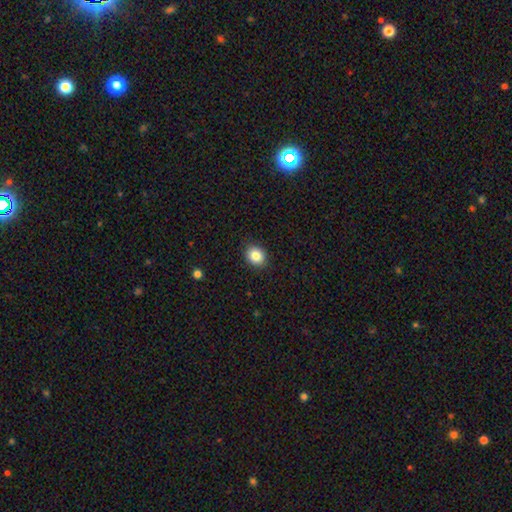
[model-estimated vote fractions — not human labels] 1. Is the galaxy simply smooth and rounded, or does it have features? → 85% smooth, 10% star or artifact, 5% featured or disk.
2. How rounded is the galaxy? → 62% round, 37% in between, 1% cigar-shaped.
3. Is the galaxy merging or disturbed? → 90% none, 7% minor disturbance, 2% major disturbance, 1% merger.